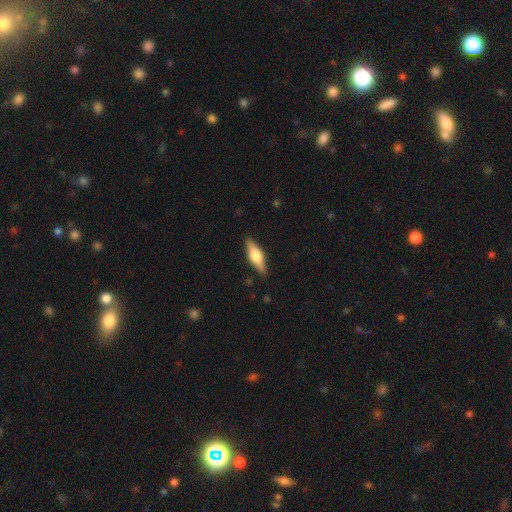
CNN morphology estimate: Overall: featured or disk (50%; smooth 44%). Merging: none (87%).